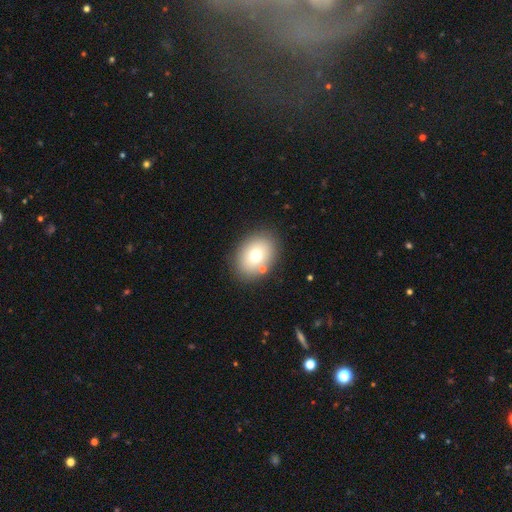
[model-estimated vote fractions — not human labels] Smooth or featured? Predicted: smooth (p=0.72). How rounded? Predicted: in between (p=0.61). Merging? Predicted: none (p=0.82).